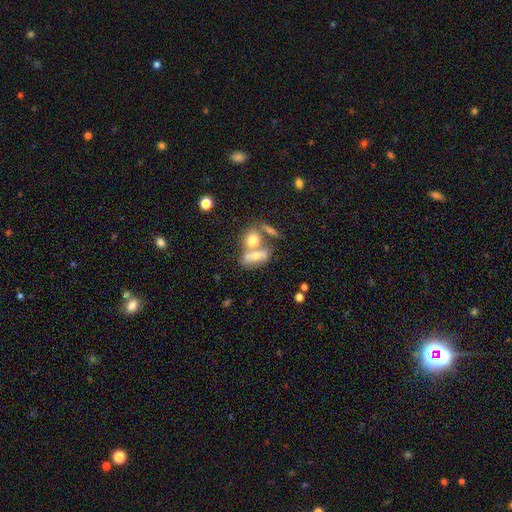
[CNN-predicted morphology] Q: Smooth or featured?
A: smooth (58%); runner-up: featured or disk (31%)
Q: How rounded?
A: in between (69%); runner-up: round (19%)
Q: Merging?
A: merger (53%); runner-up: none (31%)